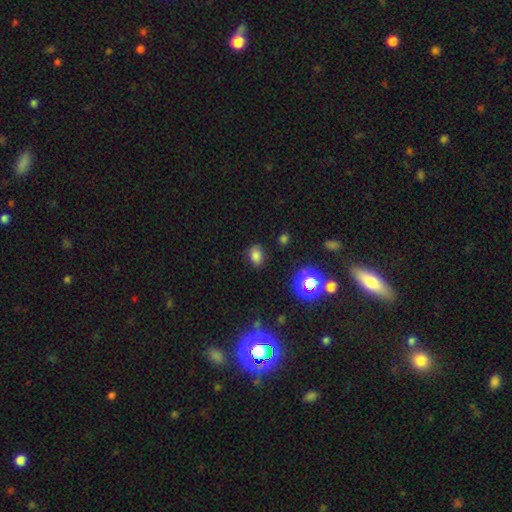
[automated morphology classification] Smooth or featured? smooth (74%)
How rounded? in between (73%)
Merging? none (81%)